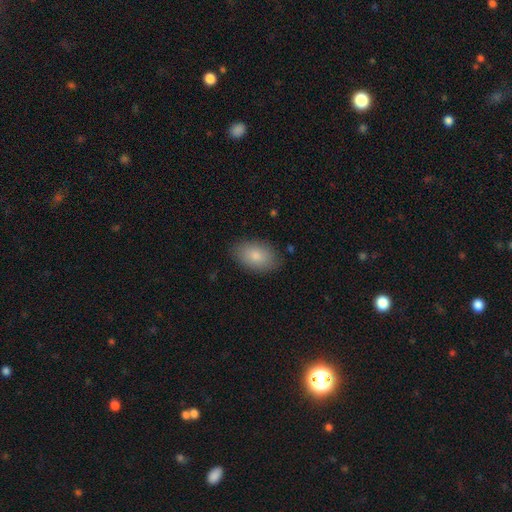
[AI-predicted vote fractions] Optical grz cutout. It shows a smooth galaxy with no disk features (84%) that is in between round and cigar-shaped (90%). Merging: none (84%).